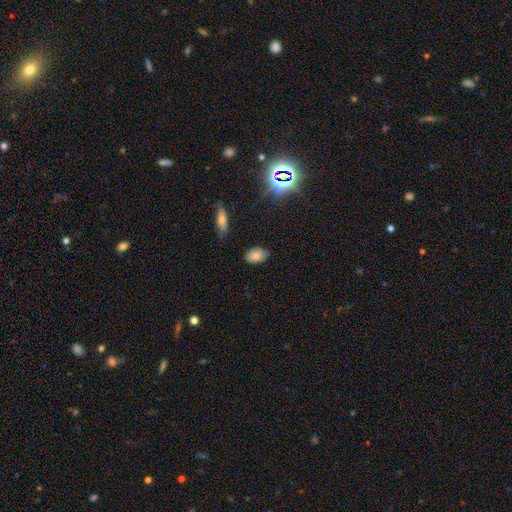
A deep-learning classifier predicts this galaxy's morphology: A smooth galaxy with no disk features (79%) that is in between round and cigar-shaped (85%). Merging: none (78%).